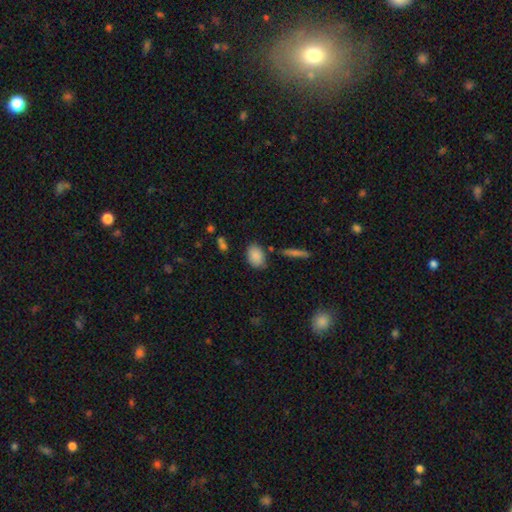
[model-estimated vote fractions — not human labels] smooth 86%, star or artifact 7%, featured or disk 6%. Down the decision tree: how rounded — in between (80%); merging — none (75%).